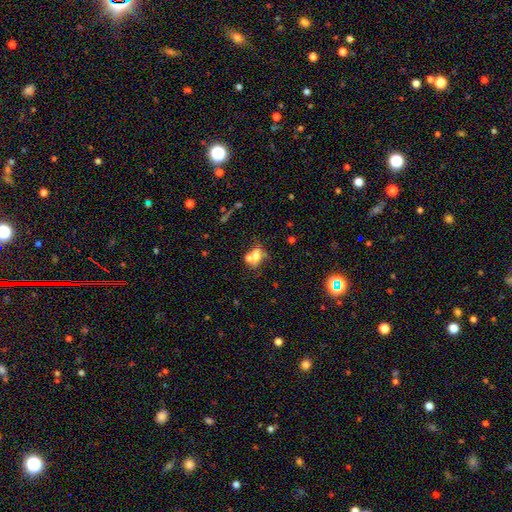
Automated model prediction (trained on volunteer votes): Smooth or featured: smooth — 62% (featured or disk — 22%)
How rounded: in between — 58% (round — 39%)
Merging: merger — 52% (none — 31%)